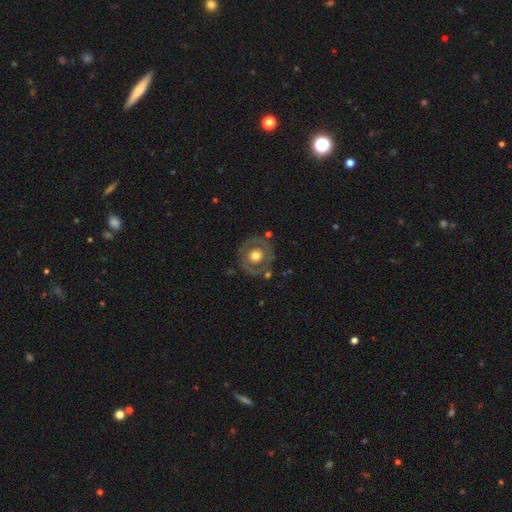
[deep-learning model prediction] smooth-or-featured: featured or disk: 54% | smooth: 39% | star or artifact: 6%
  disk-edge-on: no: 96% | yes: 4%
    bar: no: 89% | weak: 9% | strong: 3%
    has-spiral-arms: no: 79% | yes: 21%
    bulge-size: moderate: 64% | large: 27% | small: 6% | dominant: 2% | none: 1%
  merging: none: 76% | minor disturbance: 13% | major disturbance: 7% | merger: 3%